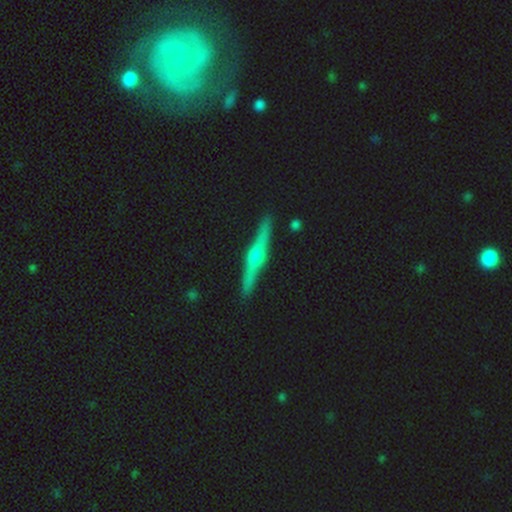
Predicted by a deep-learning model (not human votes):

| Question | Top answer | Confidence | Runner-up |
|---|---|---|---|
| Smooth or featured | featured or disk | 79% | smooth (15%) |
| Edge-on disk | yes | 98% | no (2%) |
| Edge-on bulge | rounded | 92% | boxy (5%) |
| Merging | none | 91% | minor disturbance (6%) |